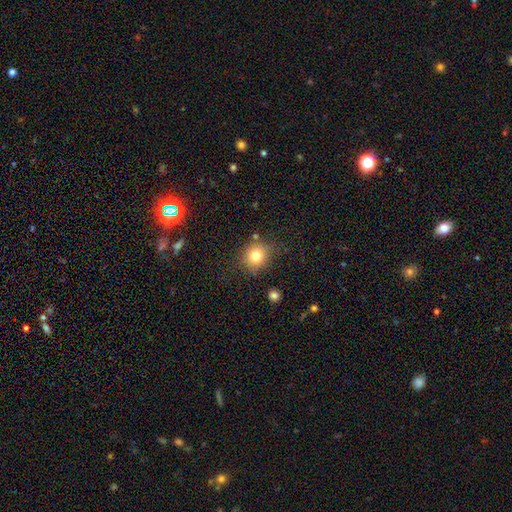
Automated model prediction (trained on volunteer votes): This is likely a smooth galaxy (78%). How rounded: clearly round (81%). Merging: likely none (77%).